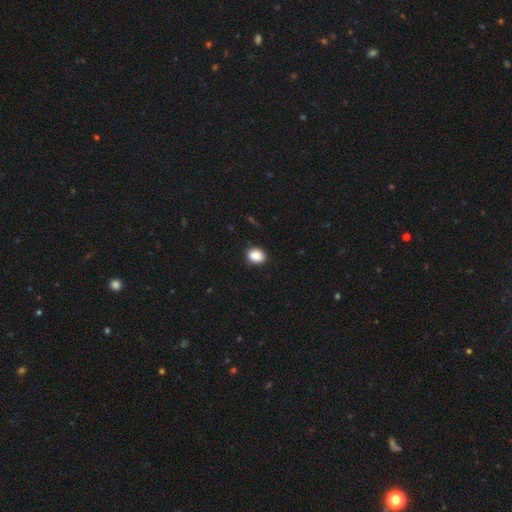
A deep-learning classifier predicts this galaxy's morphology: smooth 87%, star or artifact 8%, featured or disk 4%. Down the decision tree: how rounded — in between (58%); merging — none (86%).